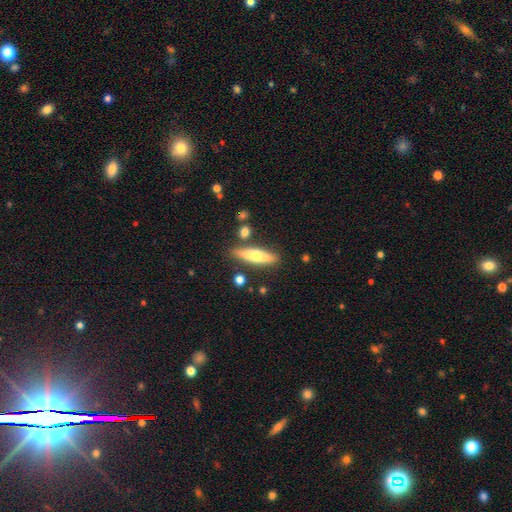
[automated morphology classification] Smooth or featured? smooth (48%)
Merging? none (82%)